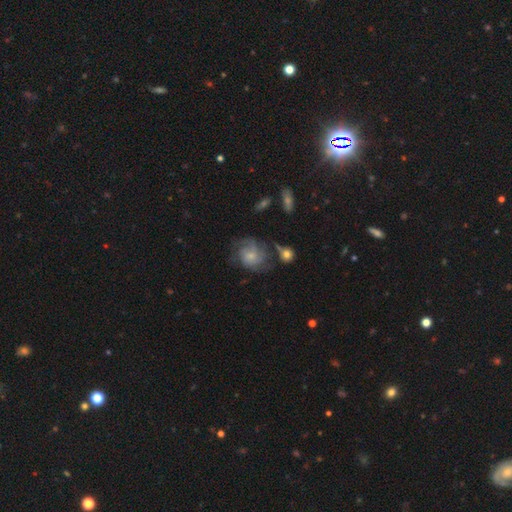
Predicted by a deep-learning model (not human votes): A featured or disk galaxy (65%) with no bar (73%), tight (48%) spiral arms (90%) and a small central bulge (44%). Merging: none (63%).